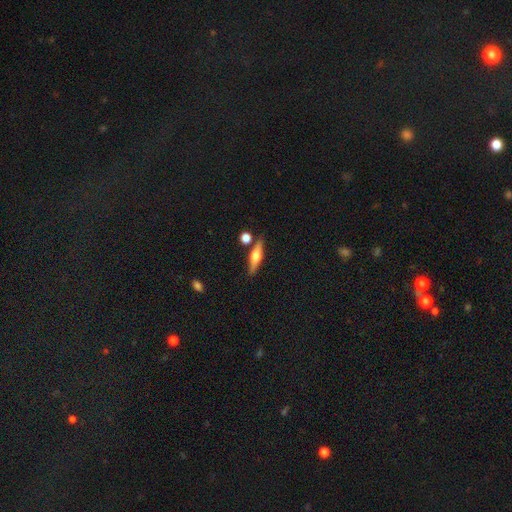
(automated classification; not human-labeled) This is likely a featured or disk galaxy (60%). It is clearly viewed edge-on (96%). Edge-on bulge: clearly rounded (92%). Merging: clearly none (81%).